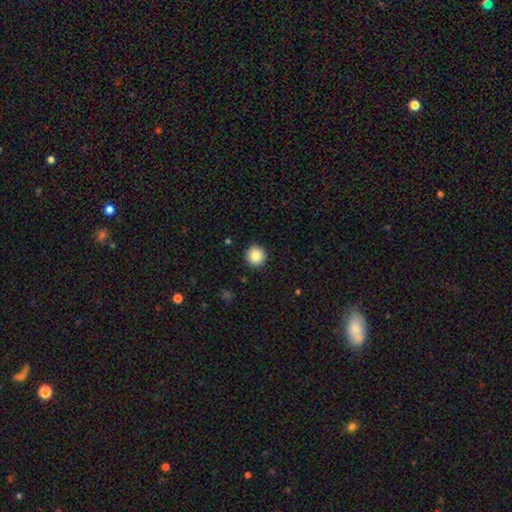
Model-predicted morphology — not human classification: A smooth galaxy with no disk features (86%) that is round (95%). Merging: none (92%).